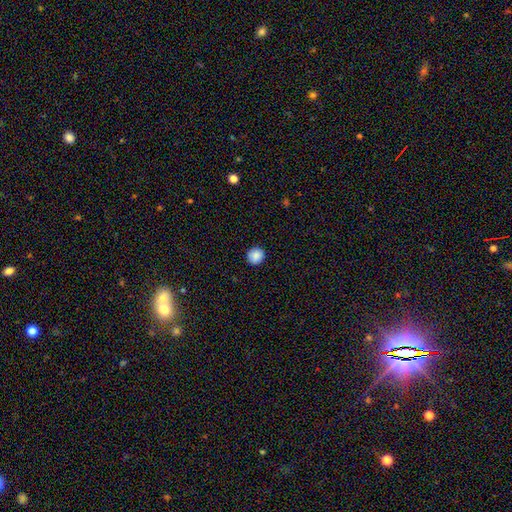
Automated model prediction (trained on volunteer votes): The model was most divided on "how rounded": round: 88%, in between: 11%, cigar-shaped: 1%. More confident: merging — none (90%); smooth or featured — smooth (88%).